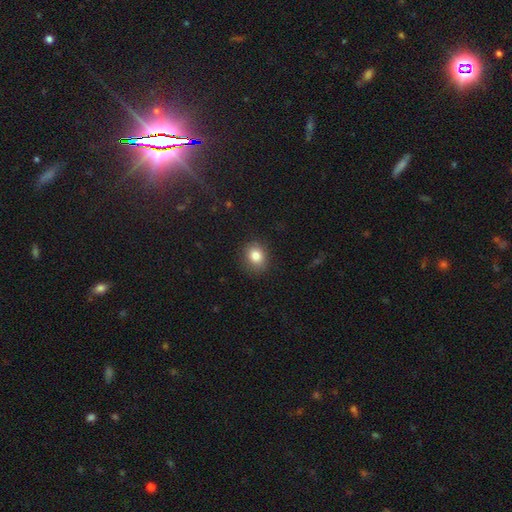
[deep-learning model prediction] Smooth or featured: smooth — 83% (star or artifact — 10%)
How rounded: round — 63% (in between — 36%)
Merging: none — 86% (minor disturbance — 10%)